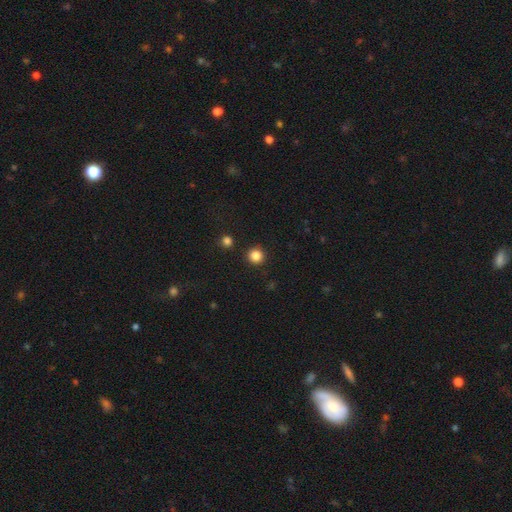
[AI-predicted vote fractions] The model was most divided on "smooth or featured": smooth: 85%, star or artifact: 12%, featured or disk: 4%. More confident: how rounded — round (94%); merging — none (91%).